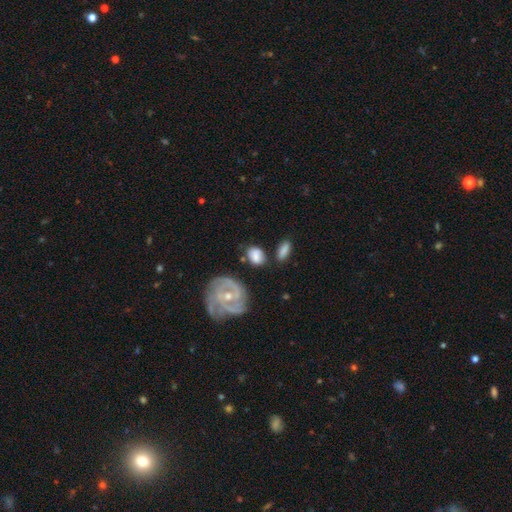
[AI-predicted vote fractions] A smooth galaxy with no disk features (65%) that is in between round and cigar-shaped (80%). Merging: none (60%).